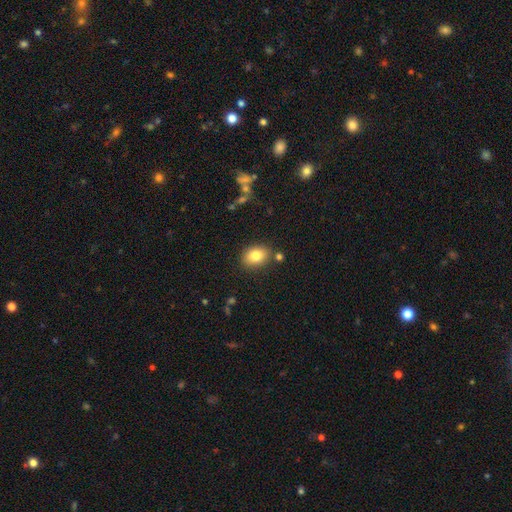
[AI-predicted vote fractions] The model was most divided on "how rounded": in between: 70%, round: 29%, cigar-shaped: 1%. More confident: smooth or featured — smooth (81%); merging — none (80%).